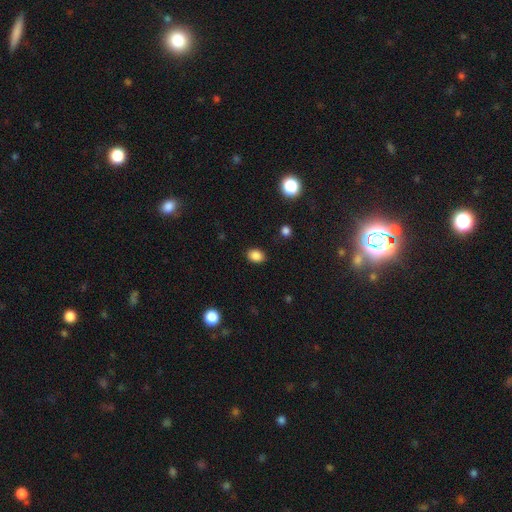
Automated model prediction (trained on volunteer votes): A smooth galaxy with no disk features (86%) that is in between round and cigar-shaped (70%). Merging: none (86%).